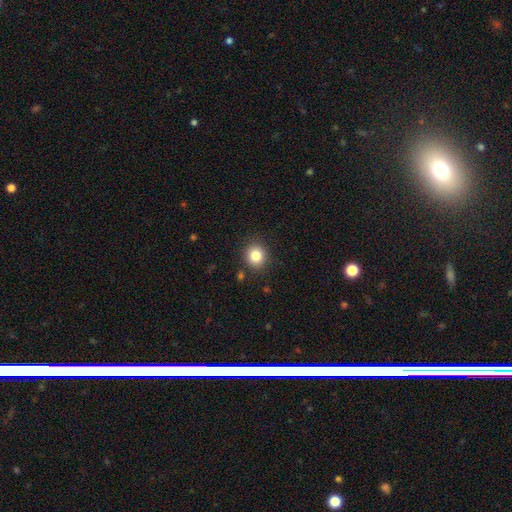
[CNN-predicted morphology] This appears to be a smooth galaxy with no disk features (83%) that is round (80%). Merging: none (88%).